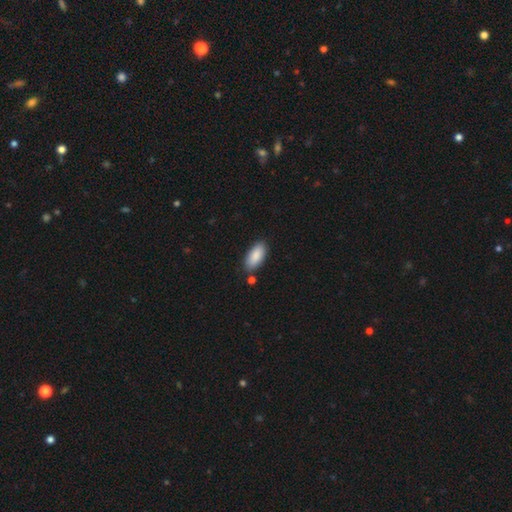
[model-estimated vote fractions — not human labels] smooth_or_featured: smooth (p=0.88) [alt: star or artifact p=0.06]
how_rounded: in between (p=0.90) [alt: cigar-shaped p=0.09]
merging: none (p=0.82) [alt: minor disturbance p=0.11]